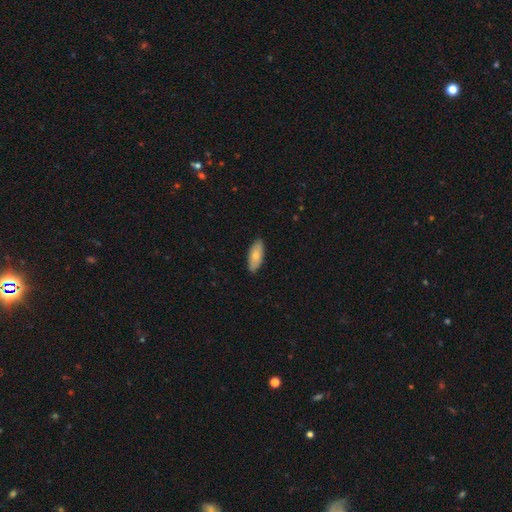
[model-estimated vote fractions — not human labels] A smooth galaxy with no disk features (77%) that is in between round and cigar-shaped (79%). Merging: none (87%).